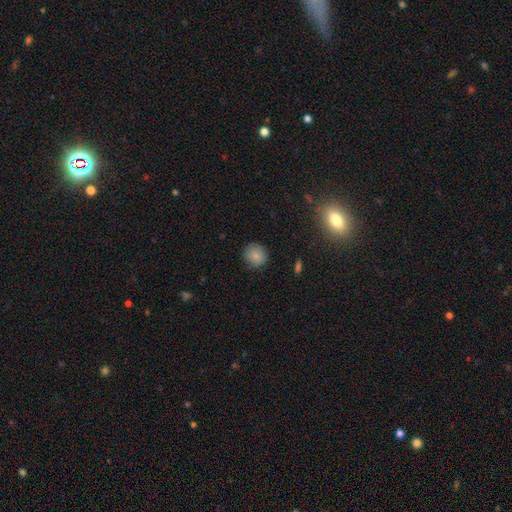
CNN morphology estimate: A smooth galaxy with no disk features (82%) that is round (87%). Merging: none (86%).